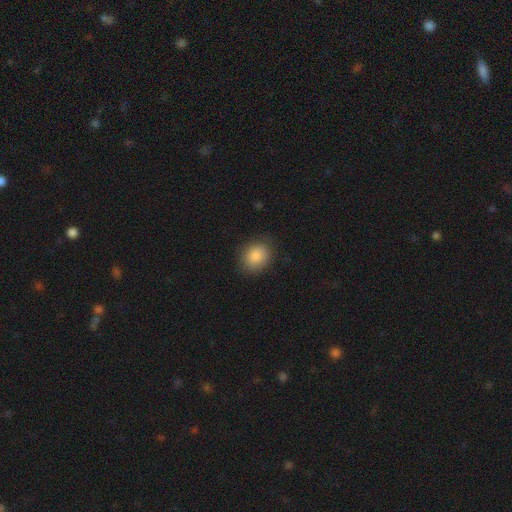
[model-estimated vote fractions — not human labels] Smooth or featured? Predicted: smooth (p=0.86). How rounded? Predicted: round (p=0.57). Merging? Predicted: none (p=0.83).